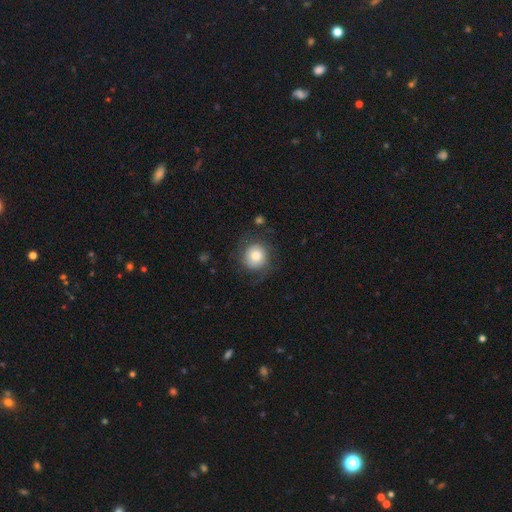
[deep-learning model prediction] Smooth or featured? Predicted: smooth (p=0.68). How rounded? Predicted: round (p=0.91). Merging? Predicted: none (p=0.71).